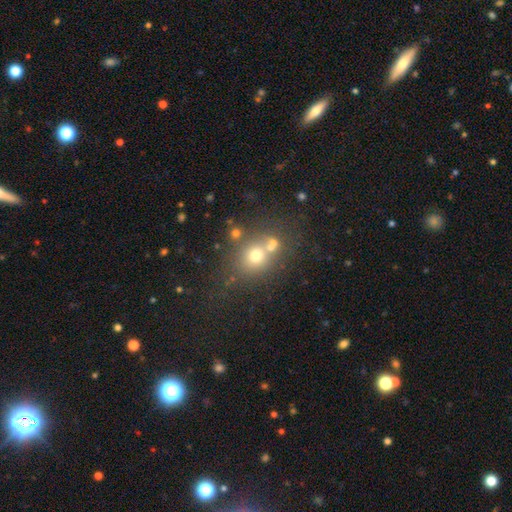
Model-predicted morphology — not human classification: type=smooth (65%); roundness=round (71%); merging=none (56%).